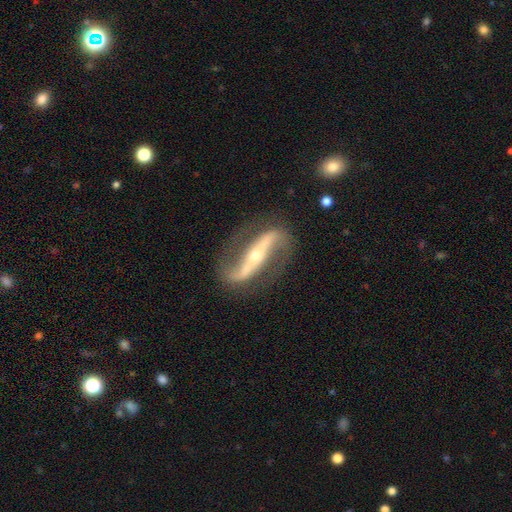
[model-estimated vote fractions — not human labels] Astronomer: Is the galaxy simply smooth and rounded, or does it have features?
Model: featured or disk — 89%.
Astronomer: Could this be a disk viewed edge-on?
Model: no — 80%.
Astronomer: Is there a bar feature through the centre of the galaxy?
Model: strong — 74%.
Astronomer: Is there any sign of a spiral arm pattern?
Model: yes — 93%.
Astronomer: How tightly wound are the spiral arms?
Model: loose — 52% (runner-up: medium, 33%).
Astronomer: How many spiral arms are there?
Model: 2 — 93%.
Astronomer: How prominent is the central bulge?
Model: small — 54% (runner-up: moderate, 41%).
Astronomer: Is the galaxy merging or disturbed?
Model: none — 80%.